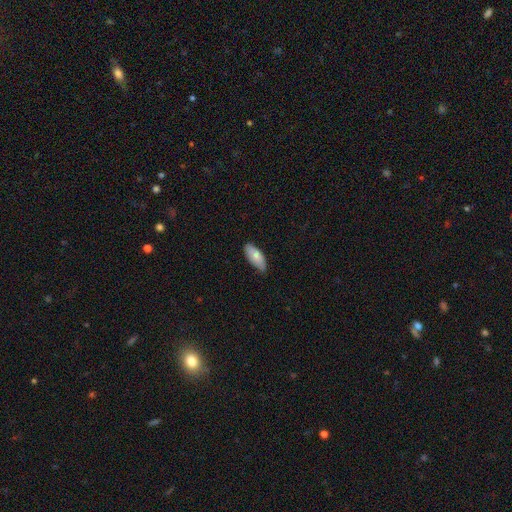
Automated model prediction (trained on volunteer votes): Smooth or featured?
  - smooth: 80% *
  - featured or disk: 15%
  - star or artifact: 6%
How rounded?
  - in between: 82% *
  - cigar-shaped: 16%
  - round: 2%
Merging?
  - none: 74% *
  - minor disturbance: 22%
  - major disturbance: 3%
  - merger: 1%